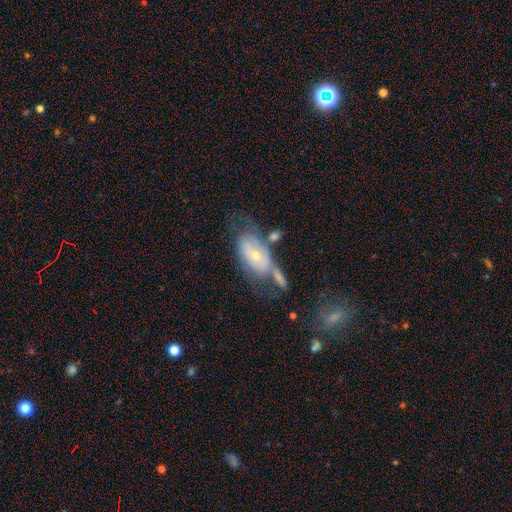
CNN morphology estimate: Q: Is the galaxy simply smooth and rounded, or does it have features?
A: featured or disk — 55%.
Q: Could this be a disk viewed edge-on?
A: no — 91%.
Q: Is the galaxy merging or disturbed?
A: merger — 29%.